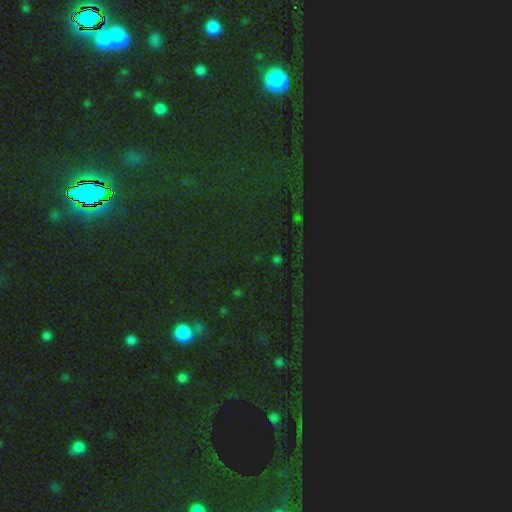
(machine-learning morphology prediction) Q: Smooth or featured?
A: star or artifact (80%); runner-up: smooth (13%)